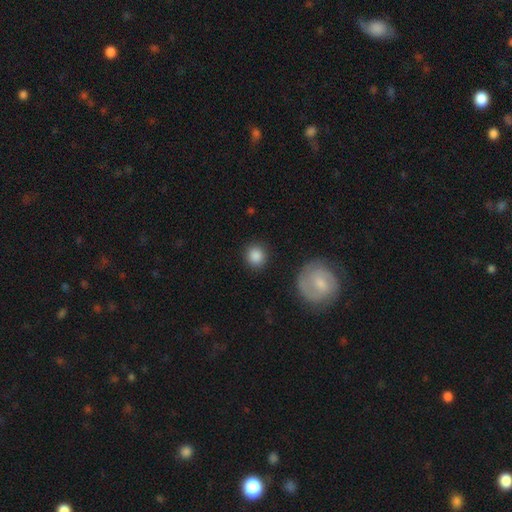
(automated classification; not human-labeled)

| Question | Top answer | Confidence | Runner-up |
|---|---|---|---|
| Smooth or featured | smooth | 87% | star or artifact (8%) |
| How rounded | round | 90% | in between (9%) |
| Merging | none | 89% | minor disturbance (7%) |